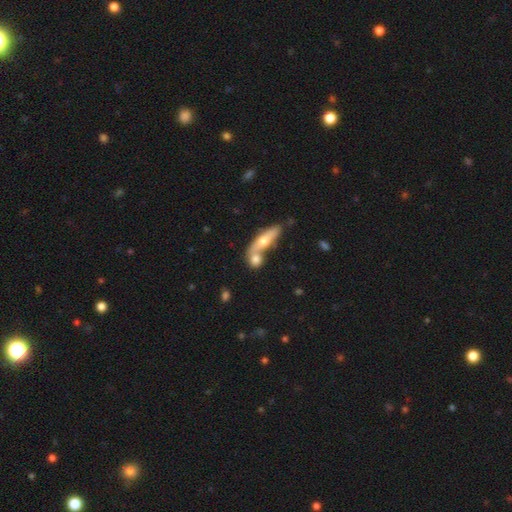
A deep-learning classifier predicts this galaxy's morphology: Smooth or featured? Predicted: smooth (p=0.64). How rounded? Predicted: in between (p=0.38). Merging? Predicted: merger (p=0.43, tied with none).